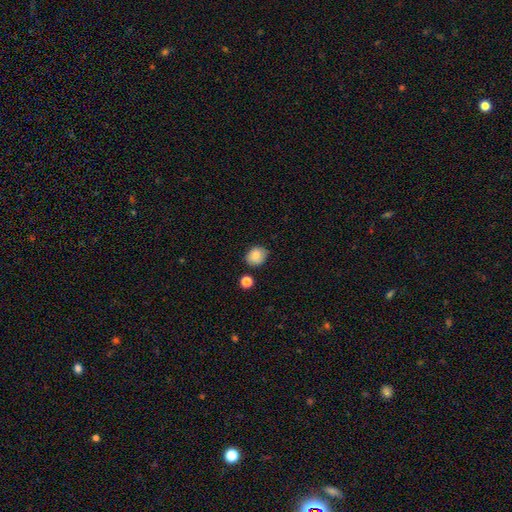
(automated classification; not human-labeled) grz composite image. It shows a smooth galaxy with no disk features (85%) that is round (66%). Merging: none (77%).